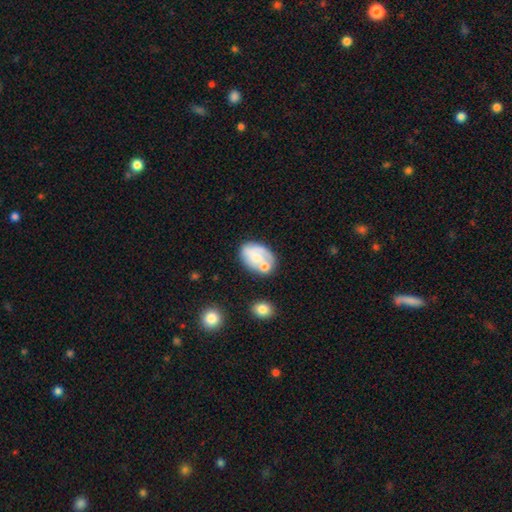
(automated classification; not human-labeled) smooth 51%, featured or disk 41%, star or artifact 7%. Down the decision tree: how rounded — in between (81%); merging — none (45%).